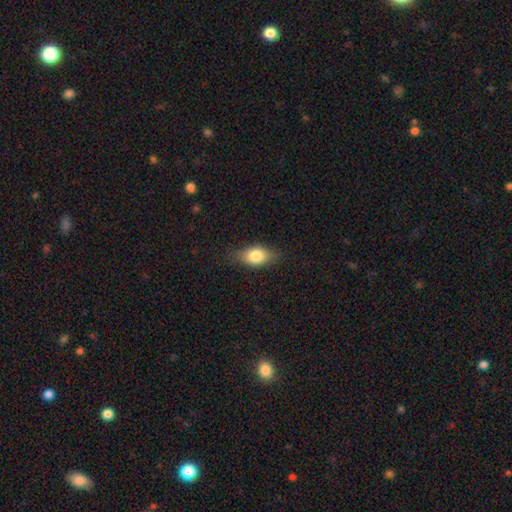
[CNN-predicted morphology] A smooth galaxy with no disk features (77%) that is in between round and cigar-shaped (82%).

Vote fractions:
- Smooth or featured? smooth: 77% / featured or disk: 15% / star or artifact: 8%
- How rounded? in between: 82% / round: 12% / cigar-shaped: 6%
- Merging? none: 77% / minor disturbance: 18% / major disturbance: 4% / merger: 1%